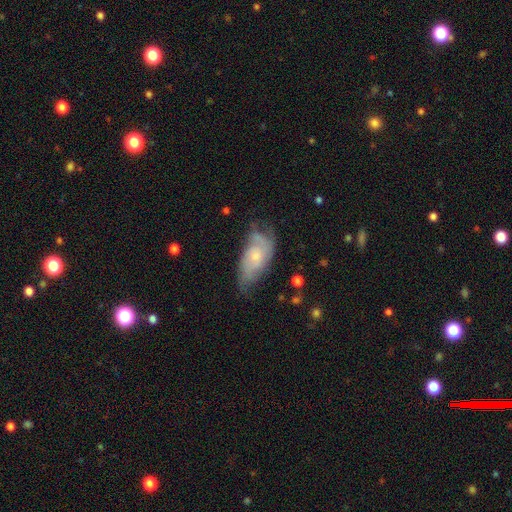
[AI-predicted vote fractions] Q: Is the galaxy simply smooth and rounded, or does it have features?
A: featured or disk — 63%.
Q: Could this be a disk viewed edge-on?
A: no — 93%.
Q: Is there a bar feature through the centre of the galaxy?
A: no — 76%.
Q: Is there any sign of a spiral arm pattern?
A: yes — 83%.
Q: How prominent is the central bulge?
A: small — 58%.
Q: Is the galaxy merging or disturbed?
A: none — 51%.